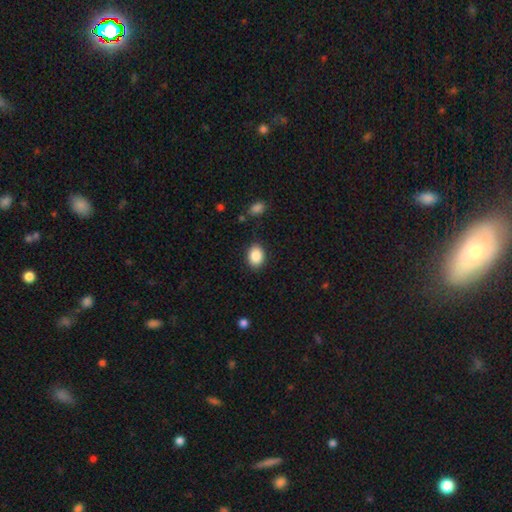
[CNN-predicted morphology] Smooth or featured?
  - smooth: 88% *
  - star or artifact: 8%
  - featured or disk: 4%
How rounded?
  - in between: 64% *
  - round: 35%
  - cigar-shaped: 1%
Merging?
  - none: 86% *
  - minor disturbance: 10%
  - major disturbance: 3%
  - merger: 1%